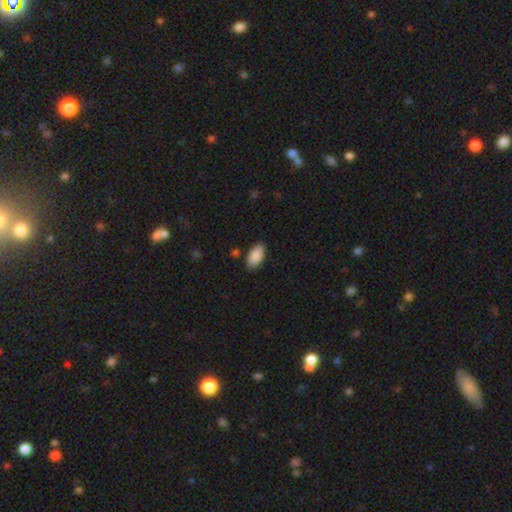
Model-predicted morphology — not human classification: This is clearly a smooth galaxy (90%). How rounded: clearly in between (95%). Merging: clearly none (86%).